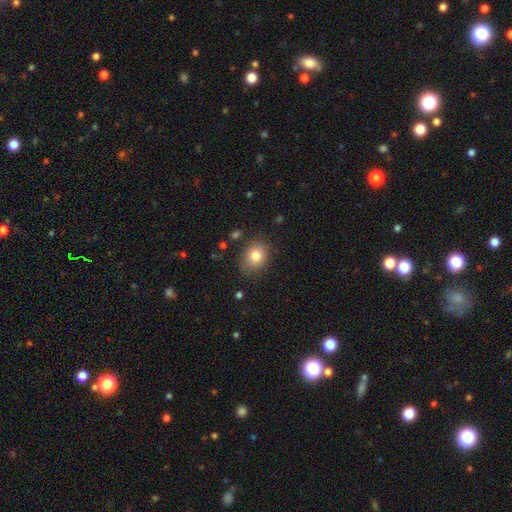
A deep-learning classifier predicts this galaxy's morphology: Smooth or featured? Predicted: smooth (p=0.81). How rounded? Predicted: in between (p=0.54). Merging? Predicted: none (p=0.79).